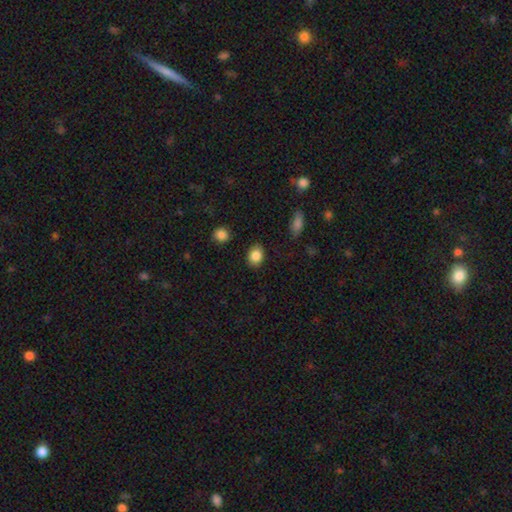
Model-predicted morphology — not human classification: Smooth or featured: smooth — 86% (star or artifact — 8%)
How rounded: in between — 57% (round — 42%)
Merging: none — 85% (minor disturbance — 10%)